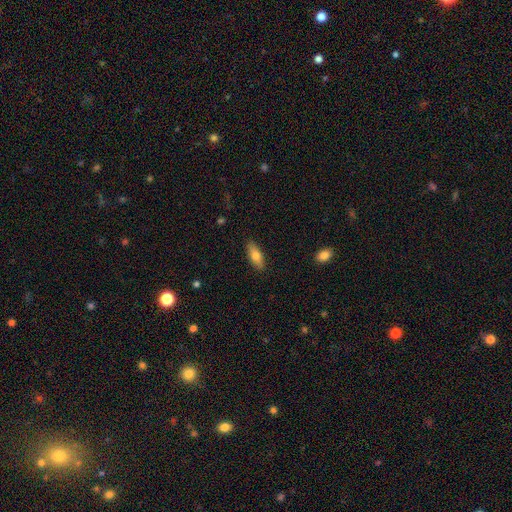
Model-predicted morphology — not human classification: A smooth galaxy with no disk features (74%) that is in between round and cigar-shaped (67%).

Vote fractions:
- Smooth or featured? smooth: 74% / featured or disk: 19% / star or artifact: 6%
- How rounded? in between: 67% / cigar-shaped: 30% / round: 2%
- Merging? none: 88% / minor disturbance: 9% / major disturbance: 2% / merger: 1%